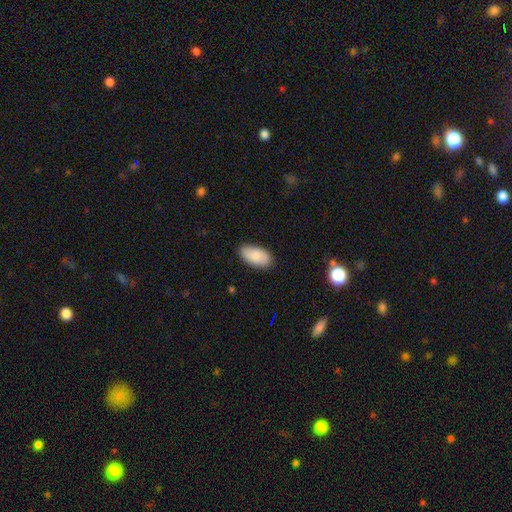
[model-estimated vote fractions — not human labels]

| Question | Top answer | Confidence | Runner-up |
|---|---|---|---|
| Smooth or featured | smooth | 82% | featured or disk (12%) |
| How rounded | in between | 95% | cigar-shaped (3%) |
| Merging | none | 82% | minor disturbance (15%) |